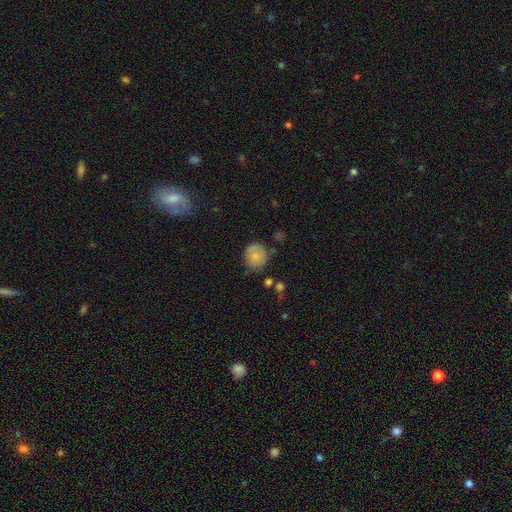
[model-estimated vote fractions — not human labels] Overall: smooth (79%). How rounded: round (82%). Merging: none (68%).